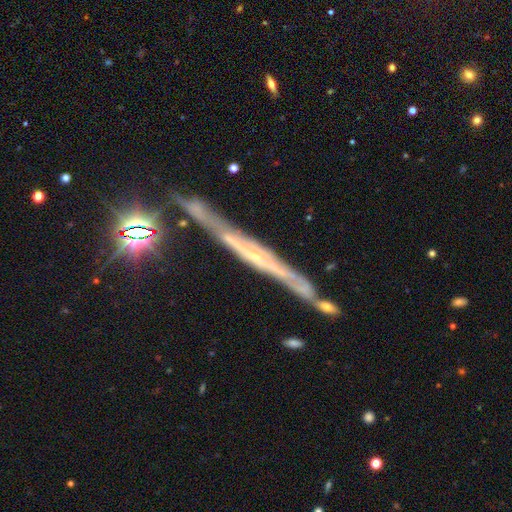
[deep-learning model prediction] Overall: featured or disk (73%). Edge-on disk: yes (92%). Edge-on bulge: none (64%; rounded 27%). Merging: none (74%).